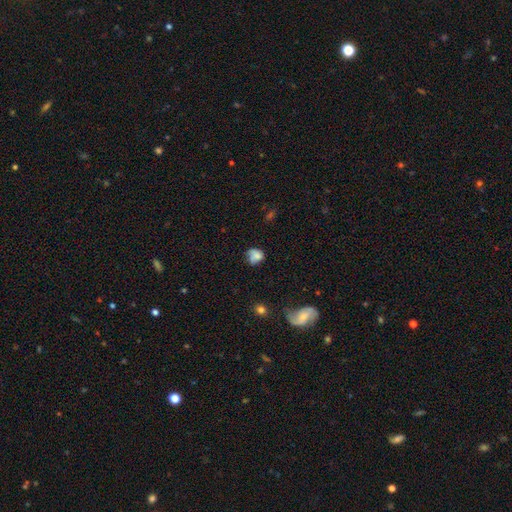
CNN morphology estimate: smooth 70%, featured or disk 19%, star or artifact 11%. Down the decision tree: how rounded — round (59%); merging — none (42%).